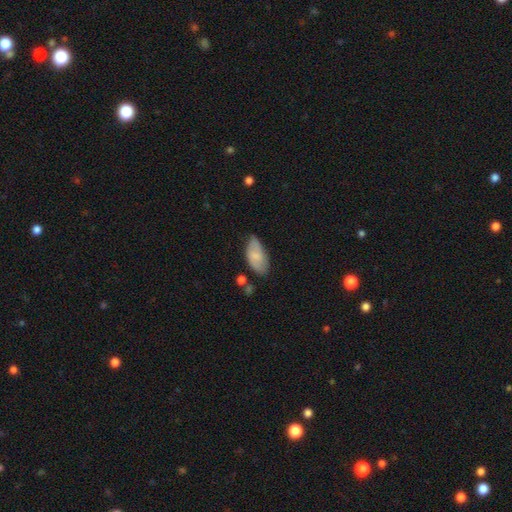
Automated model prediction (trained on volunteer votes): Q: Smooth or featured?
A: smooth (76%); runner-up: featured or disk (18%)
Q: How rounded?
A: in between (93%); runner-up: cigar-shaped (4%)
Q: Merging?
A: none (62%); runner-up: minor disturbance (29%)